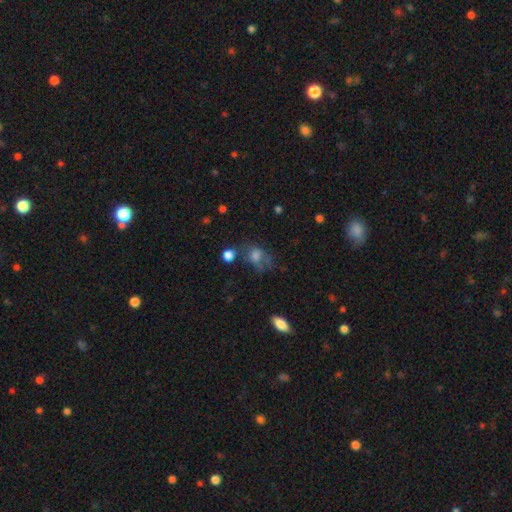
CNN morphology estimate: smooth 59%, featured or disk 23%, star or artifact 18%. Down the decision tree: how rounded — in between (57%); merging — none (40%).